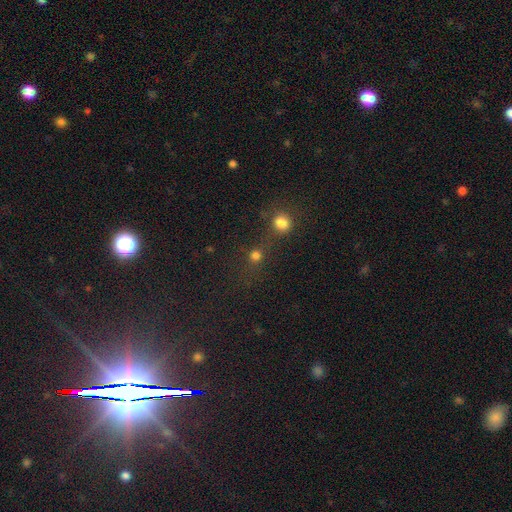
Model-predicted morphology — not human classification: type=smooth (76%); roundness=round (90%); merging=none (58%).